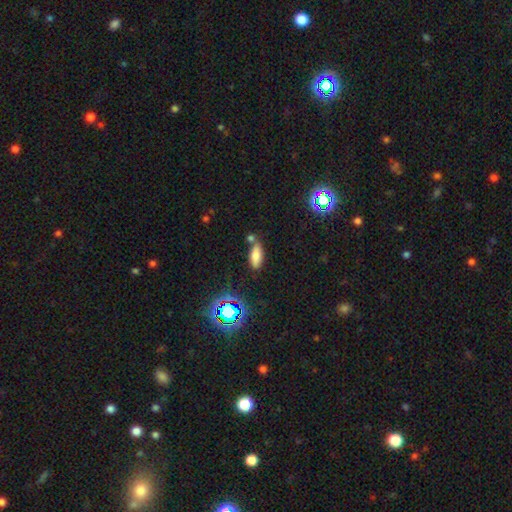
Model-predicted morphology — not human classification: smooth_or_featured: smooth (p=0.72) [alt: star or artifact p=0.17]
how_rounded: in between (p=0.80) [alt: cigar-shaped p=0.16]
merging: none (p=0.63) [alt: merger p=0.18]